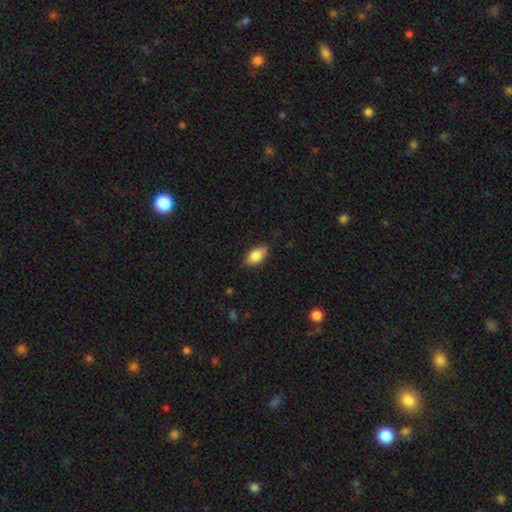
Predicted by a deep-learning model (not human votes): Smooth or featured? Predicted: smooth (p=0.83). How rounded? Predicted: in between (p=0.91). Merging? Predicted: none (p=0.82).